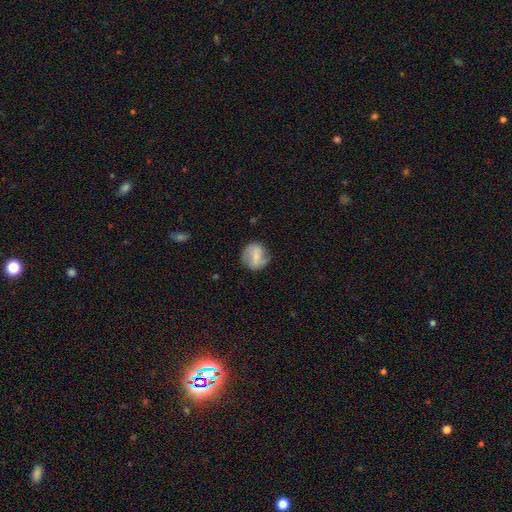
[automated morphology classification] type=smooth (57%); roundness=round (82%); merging=none (70%).